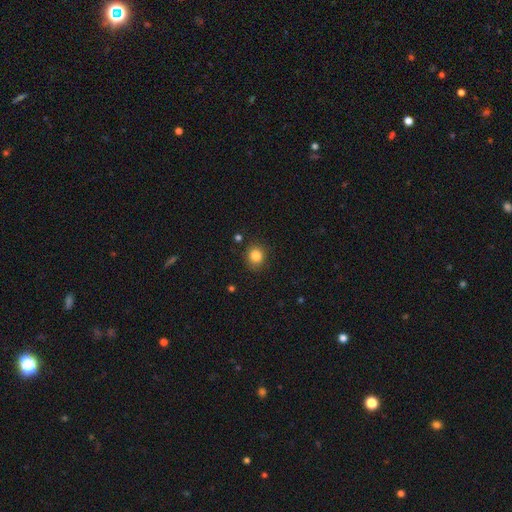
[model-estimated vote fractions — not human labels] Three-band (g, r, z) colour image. It shows a smooth galaxy with no disk features (85%) that is round (80%). Merging: none (86%).